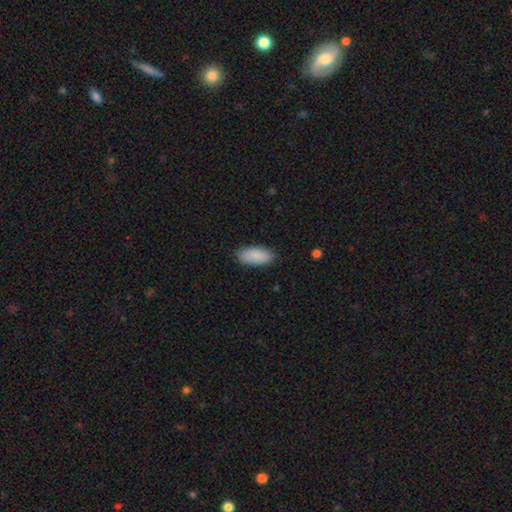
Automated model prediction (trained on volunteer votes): A smooth galaxy with no disk features (90%) that is in between round and cigar-shaped (88%). Merging: none (86%).